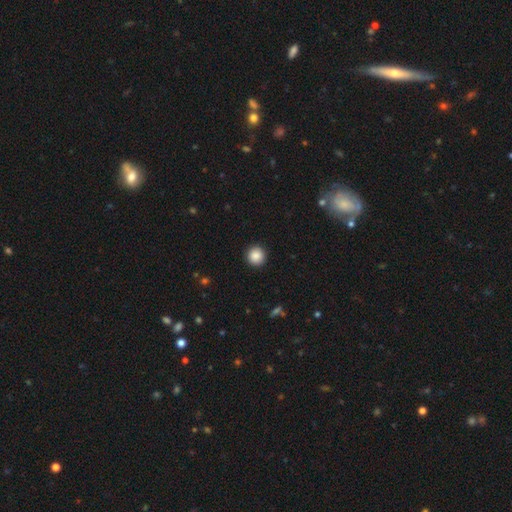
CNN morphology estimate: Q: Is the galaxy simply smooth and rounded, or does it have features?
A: smooth — 88%.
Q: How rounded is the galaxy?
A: round — 95%.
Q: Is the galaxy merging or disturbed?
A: none — 93%.